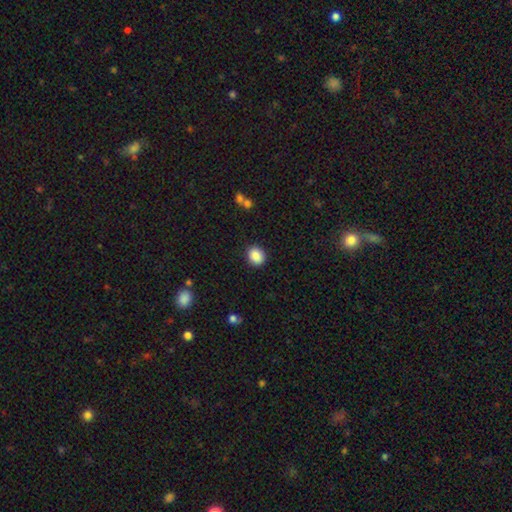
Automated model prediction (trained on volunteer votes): Smooth or featured: smooth — 87% (star or artifact — 8%)
How rounded: round — 68% (in between — 32%)
Merging: none — 90% (minor disturbance — 7%)